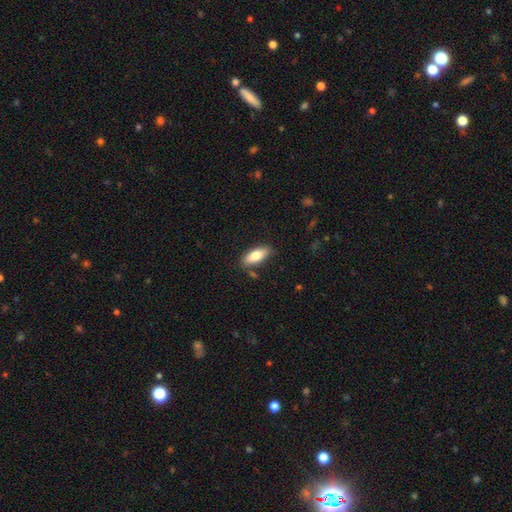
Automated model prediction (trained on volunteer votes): Smooth or featured? Predicted: smooth (p=0.79). How rounded? Predicted: in between (p=0.80). Merging? Predicted: none (p=0.81).